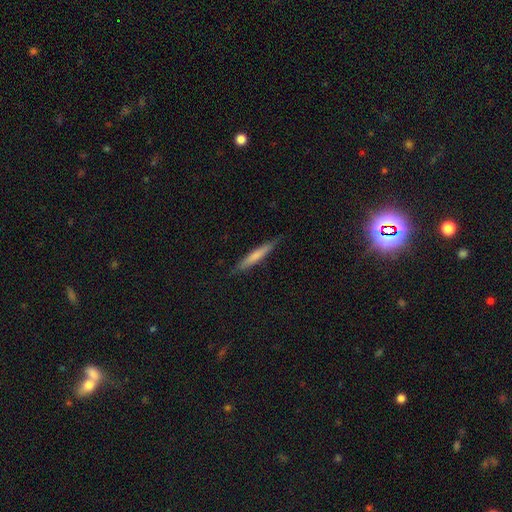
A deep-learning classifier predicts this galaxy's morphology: smooth 64%, featured or disk 30%, star or artifact 6%. Down the decision tree: how rounded — cigar-shaped (94%); merging — none (85%).